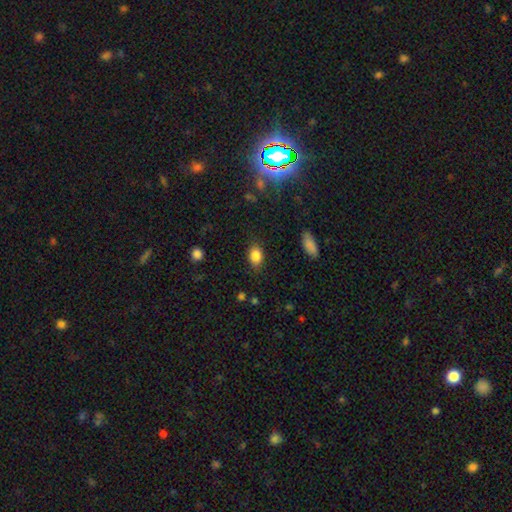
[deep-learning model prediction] Overall: smooth (85%). How rounded: in between (78%). Merging: none (83%).